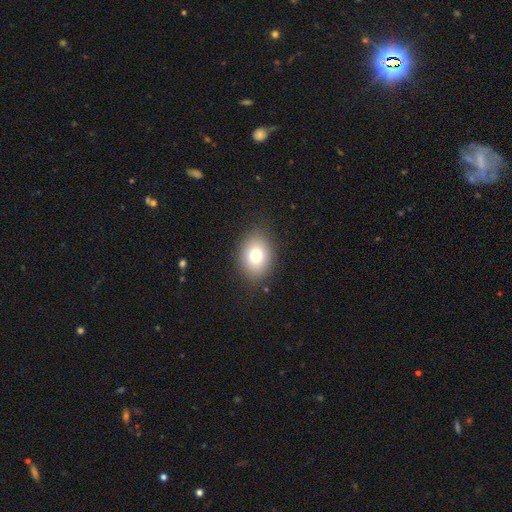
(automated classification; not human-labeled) Q: Smooth or featured?
A: smooth (77%); runner-up: featured or disk (12%)
Q: How rounded?
A: in between (63%); runner-up: round (37%)
Q: Merging?
A: none (84%); runner-up: minor disturbance (11%)